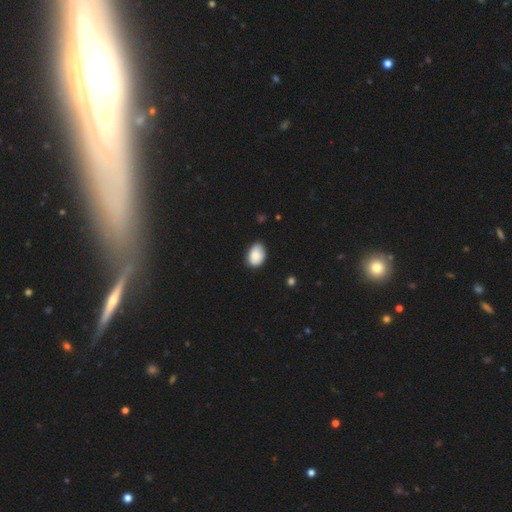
This appears to be a smooth galaxy with no disk features (89%) that is in between round and cigar-shaped (85%). Merging: none (58%).